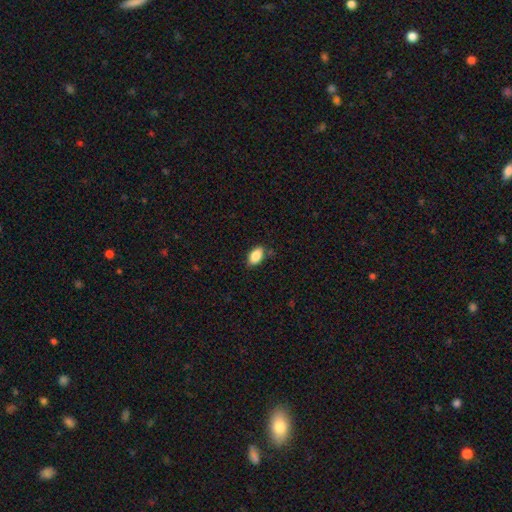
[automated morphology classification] Smooth or featured? smooth (87%)
How rounded? in between (91%)
Merging? none (83%)